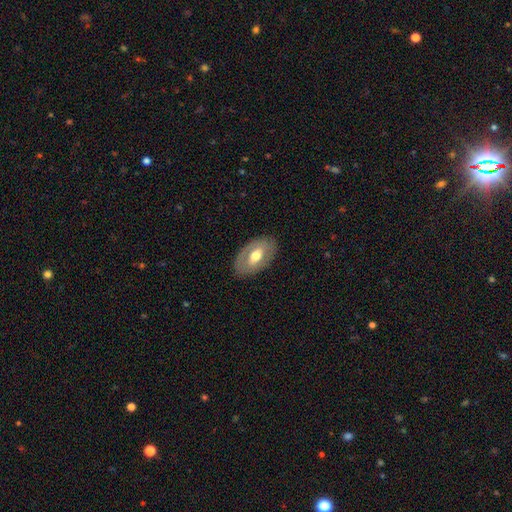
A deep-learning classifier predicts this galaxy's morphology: This appears to be a featured or disk galaxy (49%). Merging: none (82%).